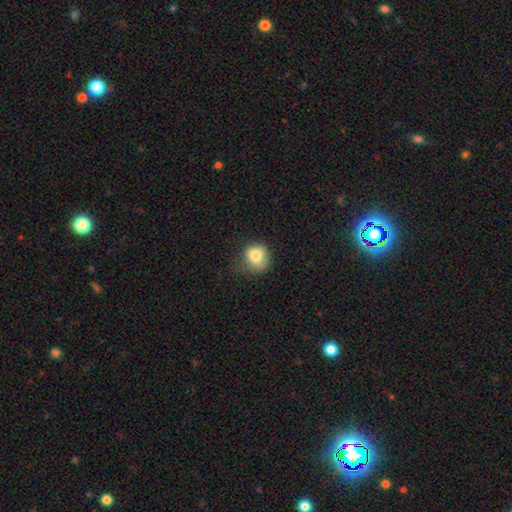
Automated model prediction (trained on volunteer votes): This appears to be a smooth galaxy with no disk features (82%) that is round (79%). Merging: none (49%).